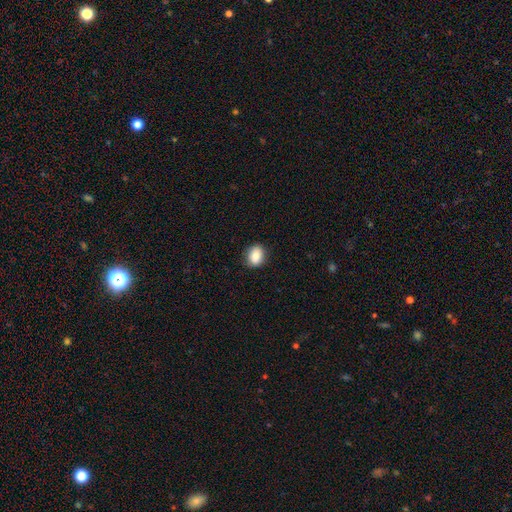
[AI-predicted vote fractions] Smooth or featured? Predicted: smooth (p=0.85). How rounded? Predicted: in between (p=0.55). Merging? Predicted: none (p=0.86).